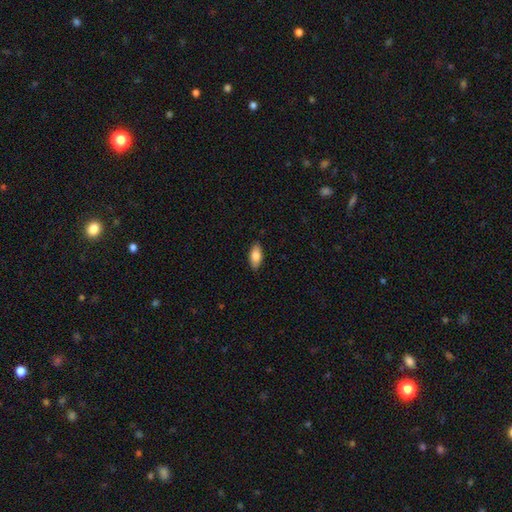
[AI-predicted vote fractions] smooth_or_featured: smooth (p=0.81) [alt: featured or disk p=0.13]
how_rounded: in between (p=0.88) [alt: cigar-shaped p=0.10]
merging: none (p=0.87) [alt: minor disturbance p=0.10]